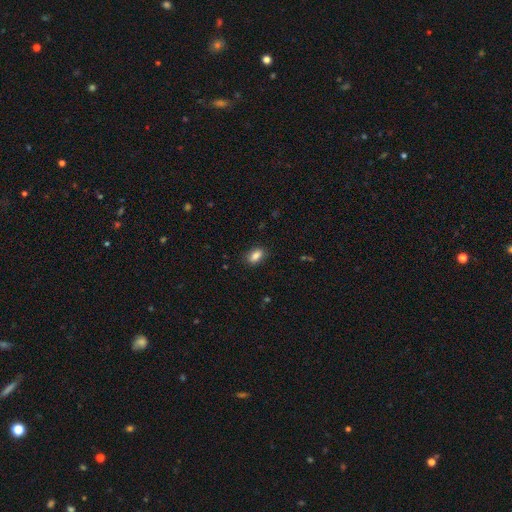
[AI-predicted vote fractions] Smooth or featured?
  - smooth: 87% *
  - star or artifact: 8%
  - featured or disk: 5%
How rounded?
  - in between: 88% *
  - round: 9%
  - cigar-shaped: 3%
Merging?
  - none: 86% *
  - minor disturbance: 10%
  - major disturbance: 2%
  - merger: 1%